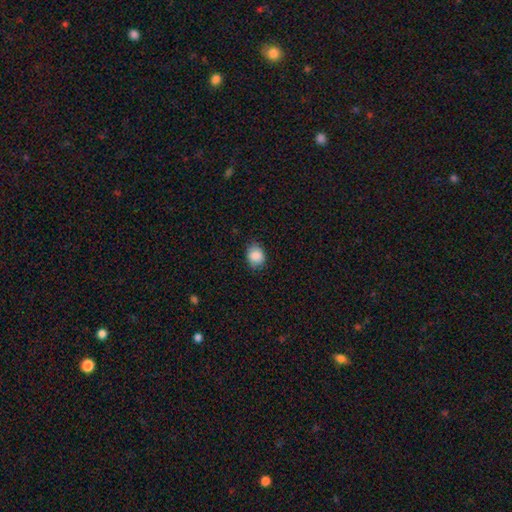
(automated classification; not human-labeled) This appears to be a smooth galaxy with no disk features (87%) that is in between round and cigar-shaped (51%). Merging: none (78%).